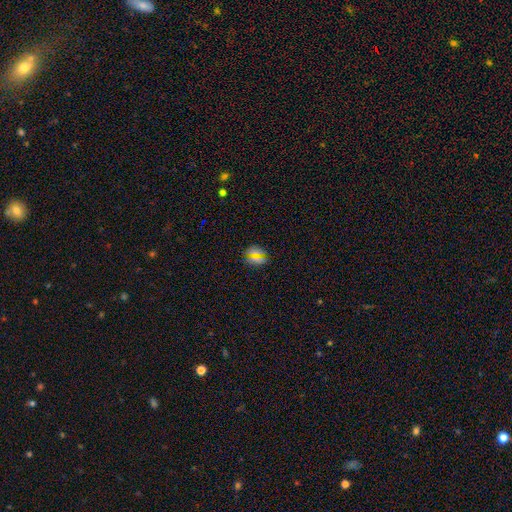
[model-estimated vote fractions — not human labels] The model was most divided on "how rounded": round: 47%, in between: 43%, cigar-shaped: 10%. More confident: merging — none (78%); smooth or featured — smooth (66%).